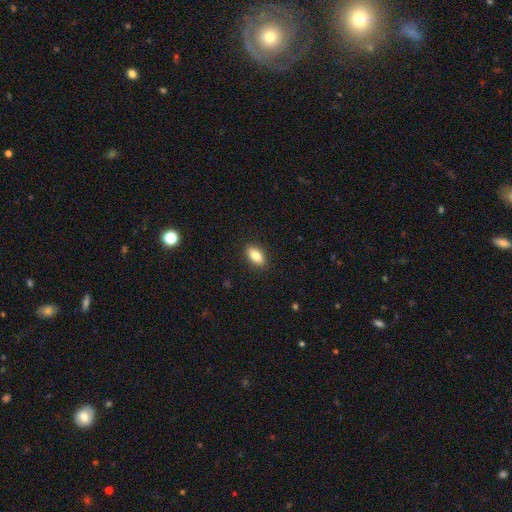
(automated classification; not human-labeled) A smooth galaxy with no disk features (83%) that is in between round and cigar-shaped (88%).

Vote fractions:
- Smooth or featured? smooth: 83% / featured or disk: 10% / star or artifact: 7%
- How rounded? in between: 88% / cigar-shaped: 7% / round: 4%
- Merging? none: 89% / minor disturbance: 8% / major disturbance: 2% / merger: 1%